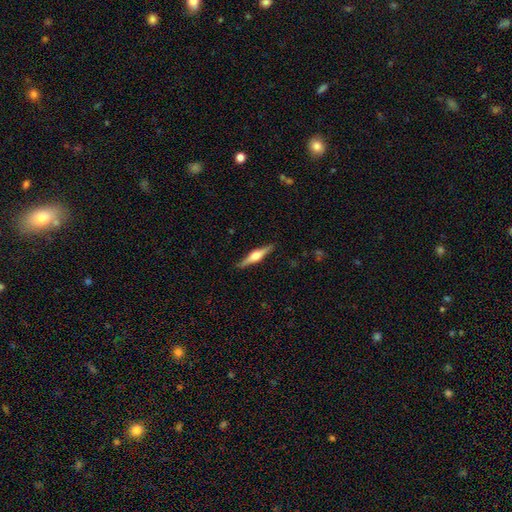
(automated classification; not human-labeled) This is likely a featured or disk galaxy (69%). It is clearly viewed edge-on (98%). Edge-on bulge: clearly rounded (89%). Merging: clearly none (90%).